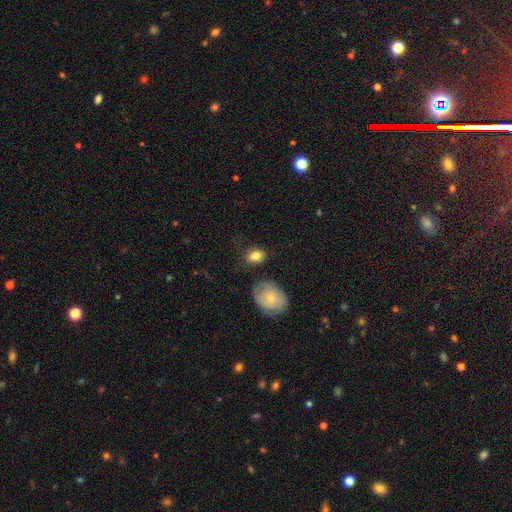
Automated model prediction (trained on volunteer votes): Morphology: type=smooth (83%); roundness=in between (66%); merging=none (70%).